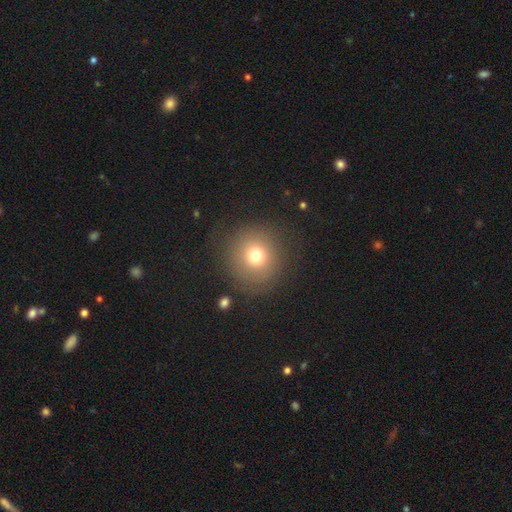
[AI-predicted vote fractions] This is likely a smooth galaxy (72%). How rounded: clearly round (93%). Merging: clearly none (81%).